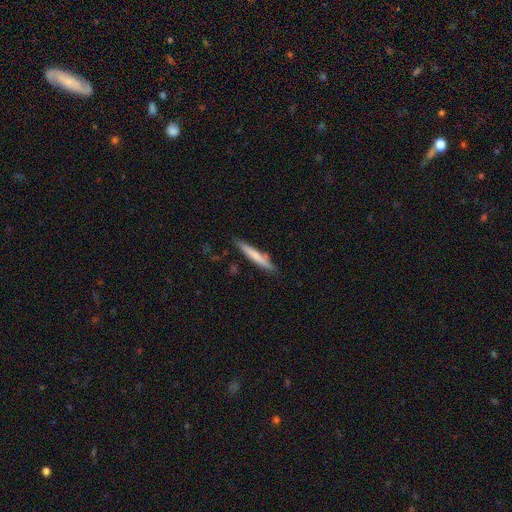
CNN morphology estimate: Smooth or featured: smooth — 70% (featured or disk — 25%)
How rounded: cigar-shaped — 94% (in between — 5%)
Merging: none — 81% (minor disturbance — 14%)